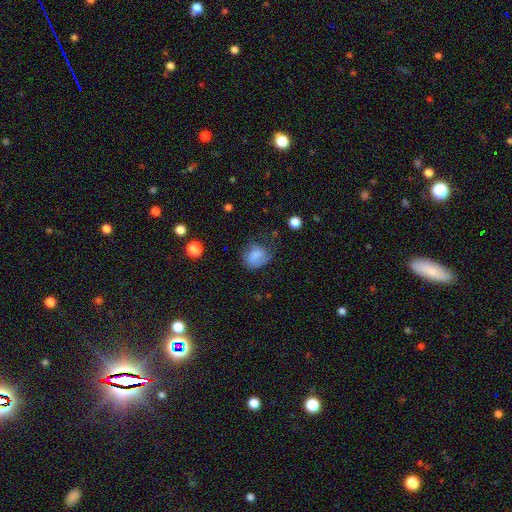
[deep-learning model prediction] Overall: smooth (77%). How rounded: round (59%; in between 40%). Merging: none (53%; minor disturbance 29%).